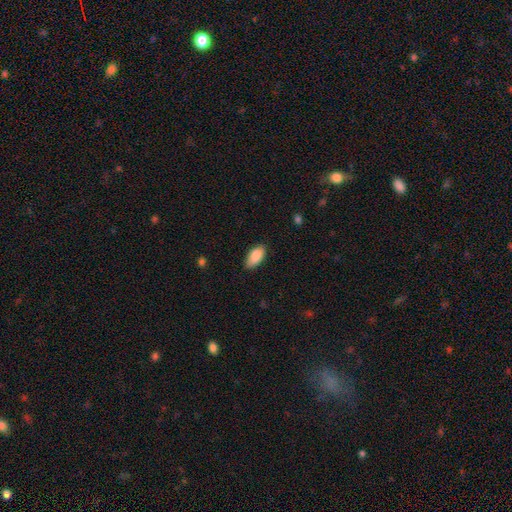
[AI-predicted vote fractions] Smooth or featured? smooth (89%)
How rounded? in between (93%)
Merging? none (82%)